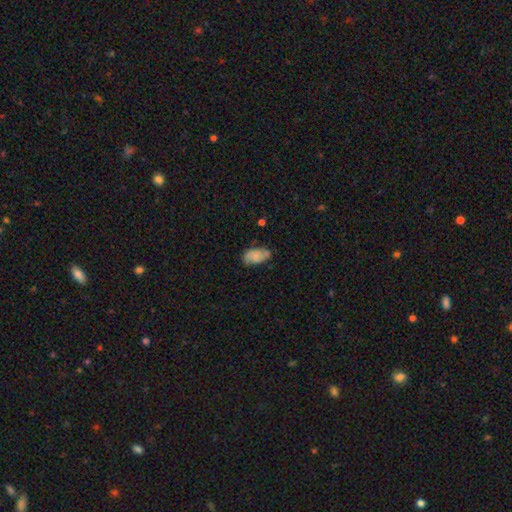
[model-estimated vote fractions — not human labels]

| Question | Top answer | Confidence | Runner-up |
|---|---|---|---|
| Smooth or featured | smooth | 58% | featured or disk (33%) |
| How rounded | in between | 92% | round (5%) |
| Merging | none | 55% | minor disturbance (31%) |